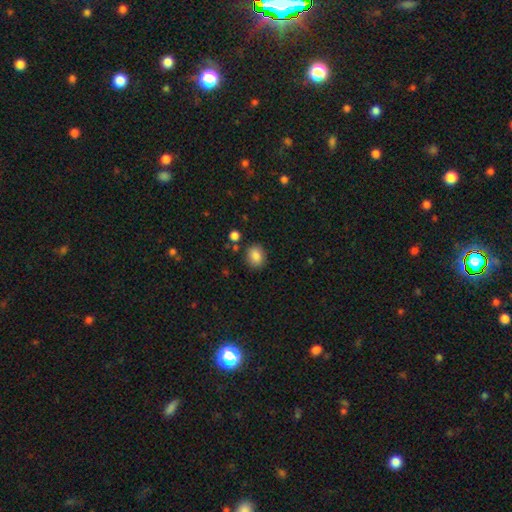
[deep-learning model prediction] Overall: smooth (86%). How rounded: round (55%; in between 44%). Merging: none (83%).